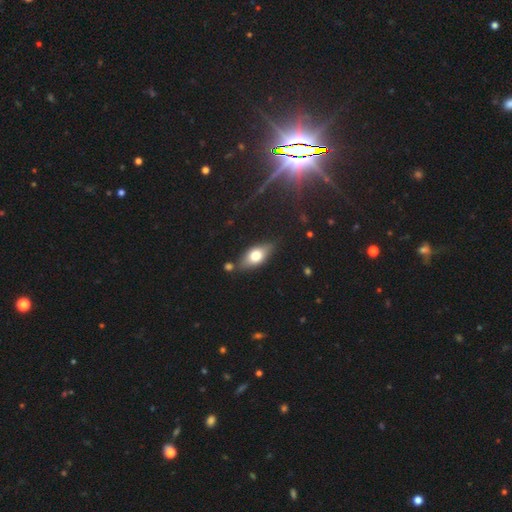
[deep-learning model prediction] Smooth or featured? smooth (65%)
How rounded? in between (82%)
Merging? none (78%)